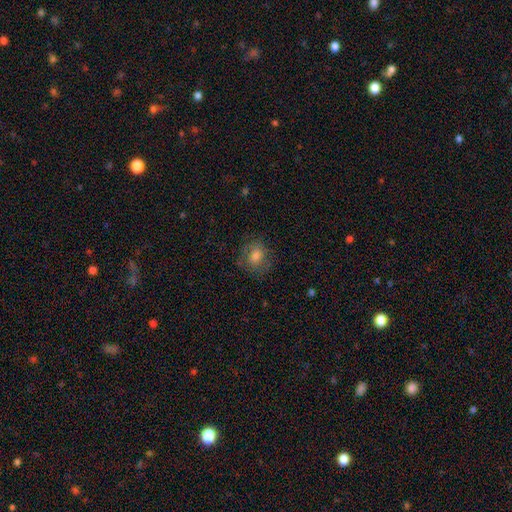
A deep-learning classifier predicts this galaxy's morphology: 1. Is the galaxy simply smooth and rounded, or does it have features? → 66% smooth, 22% featured or disk, 13% star or artifact.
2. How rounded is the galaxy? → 60% round, 39% in between, 1% cigar-shaped.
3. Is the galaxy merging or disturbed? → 75% none, 16% minor disturbance, 8% major disturbance, 1% merger.